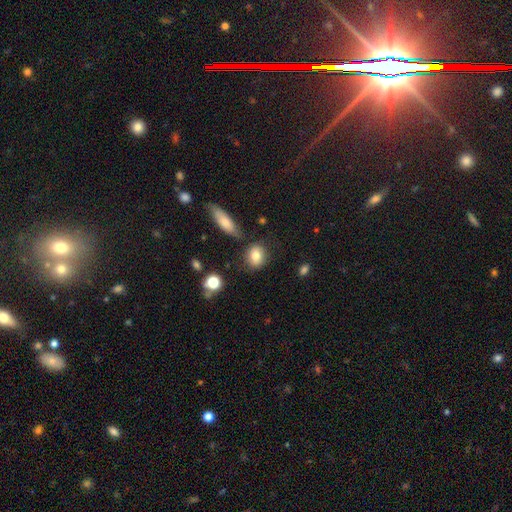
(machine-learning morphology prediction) smooth_or_featured: smooth (p=0.81) [alt: featured or disk p=0.10]
how_rounded: round (p=0.54) [alt: in between p=0.43]
merging: none (p=0.78) [alt: minor disturbance p=0.13]